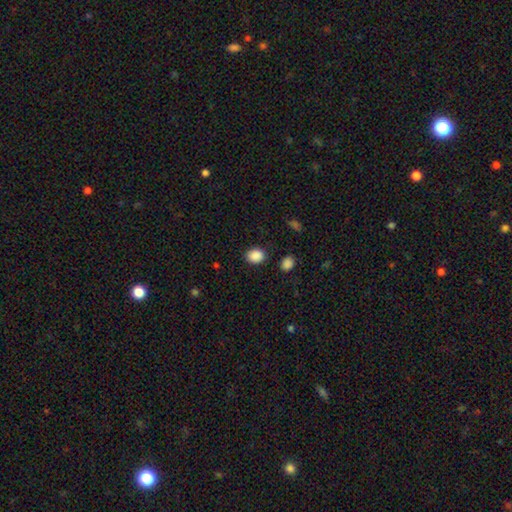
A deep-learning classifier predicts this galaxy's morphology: This is clearly a smooth galaxy (88%). How rounded: possibly in between (52%). Merging: clearly none (85%).